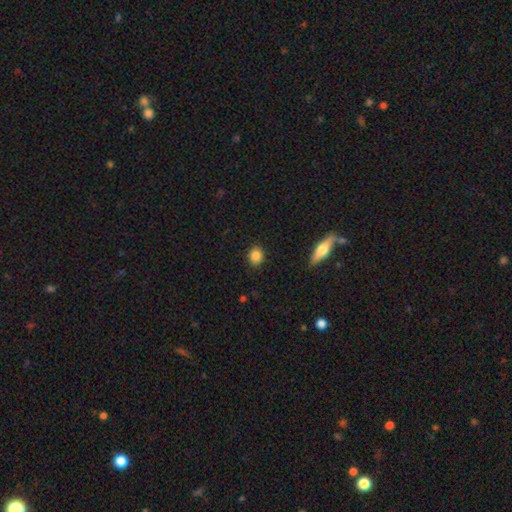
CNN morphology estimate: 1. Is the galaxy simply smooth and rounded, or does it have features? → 86% smooth, 9% star or artifact, 5% featured or disk.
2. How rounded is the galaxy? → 65% round, 33% in between, 2% cigar-shaped.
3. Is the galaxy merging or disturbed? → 90% none, 7% minor disturbance, 2% major disturbance, 1% merger.